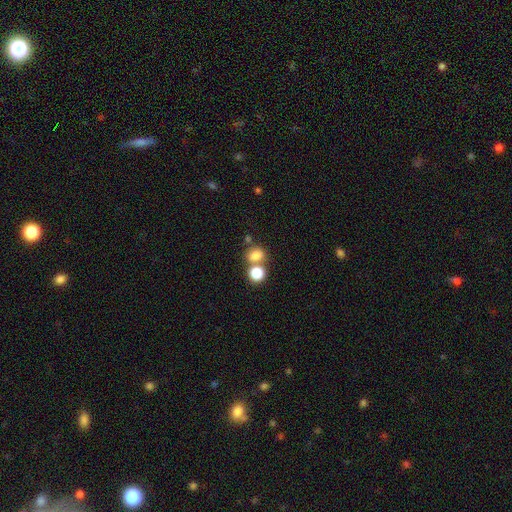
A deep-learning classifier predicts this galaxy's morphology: Q: Smooth or featured?
A: smooth (79%); runner-up: star or artifact (13%)
Q: How rounded?
A: round (55%); runner-up: in between (44%)
Q: Merging?
A: none (51%); runner-up: merger (35%)